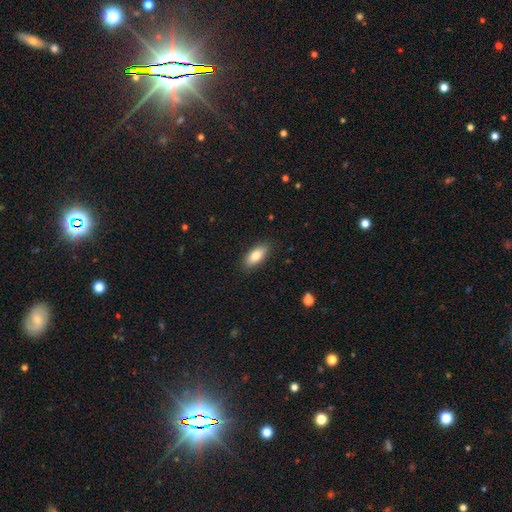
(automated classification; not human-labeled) Smooth or featured? smooth (81%)
How rounded? in between (83%)
Merging? none (86%)